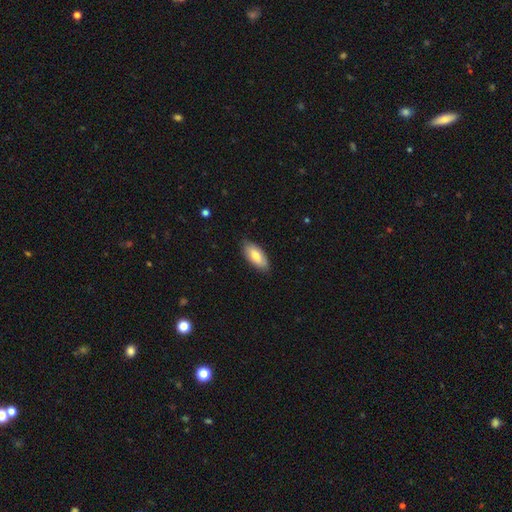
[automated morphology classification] The model was most divided on "smooth or featured": smooth: 76%, featured or disk: 18%, star or artifact: 6%. More confident: how rounded — in between (88%); merging — none (82%).